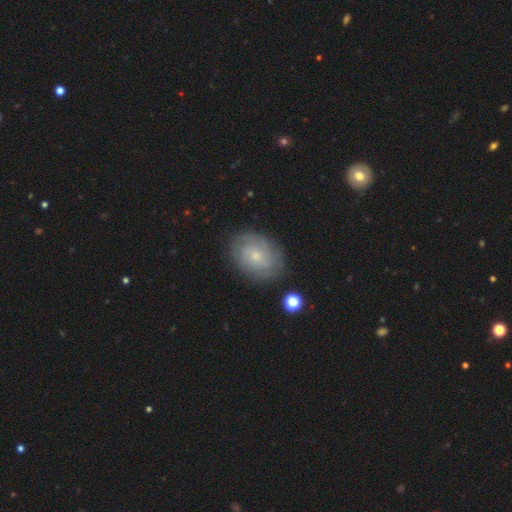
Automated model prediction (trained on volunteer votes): A featured or disk galaxy (59%) with no bar (75%), spiral arms (86%) and a small central bulge (68%). Merging: none (82%).